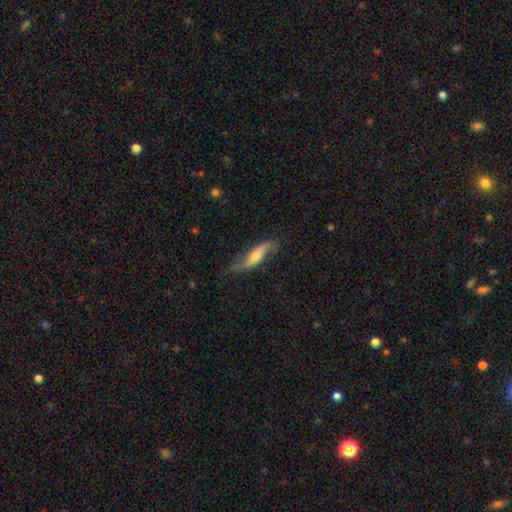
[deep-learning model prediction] Morphology: type=featured or disk (69%); edge-on=no (72%); merging=none (66%).